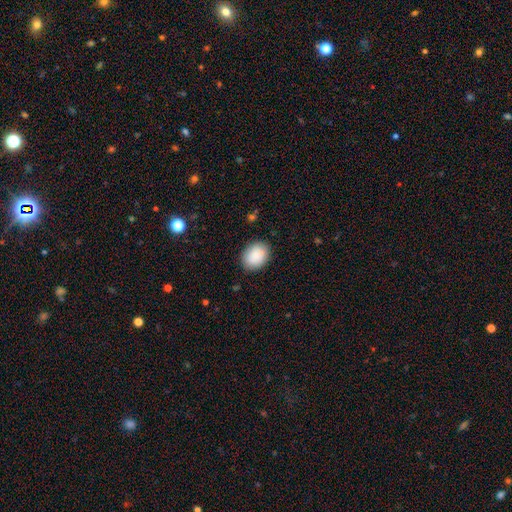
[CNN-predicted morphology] Smooth or featured? Predicted: smooth (p=0.88). How rounded? Predicted: in between (p=0.67). Merging? Predicted: none (p=0.86).